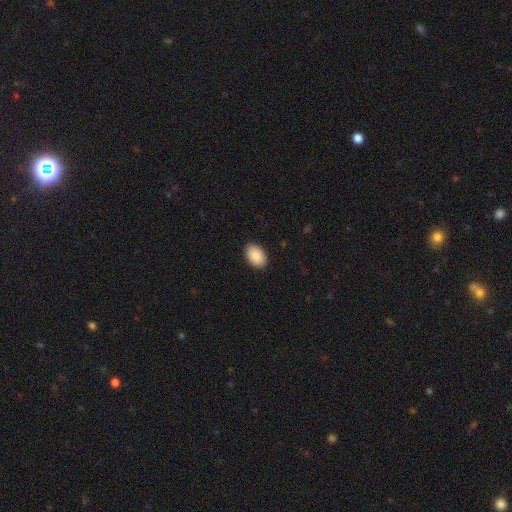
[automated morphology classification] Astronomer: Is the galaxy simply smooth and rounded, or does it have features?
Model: smooth — 90%.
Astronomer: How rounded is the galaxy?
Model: in between — 89%.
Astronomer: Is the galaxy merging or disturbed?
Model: none — 90%.